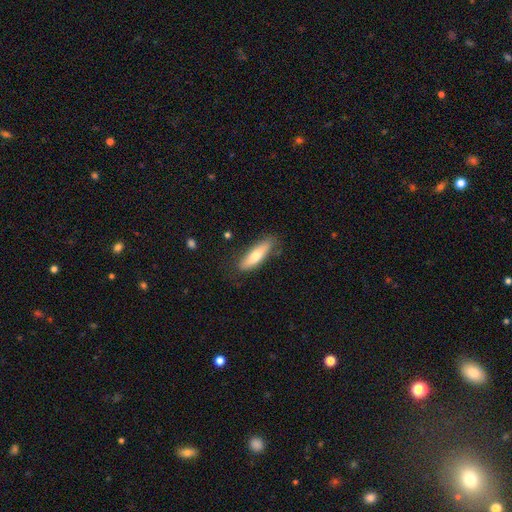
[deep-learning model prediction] The model was most divided on "how rounded": cigar-shaped: 64%, in between: 35%, round: 2%. More confident: merging — none (80%); smooth or featured — smooth (66%).